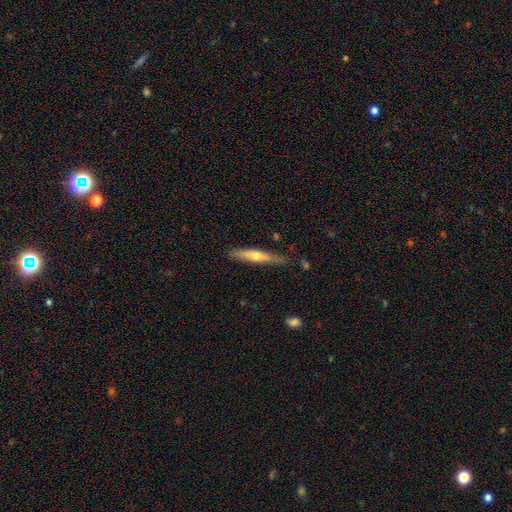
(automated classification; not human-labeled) The model was most divided on "smooth or featured": featured or disk: 52%, smooth: 42%, star or artifact: 6%. More confident: edge-on disk — yes (93%); merging — none (83%).